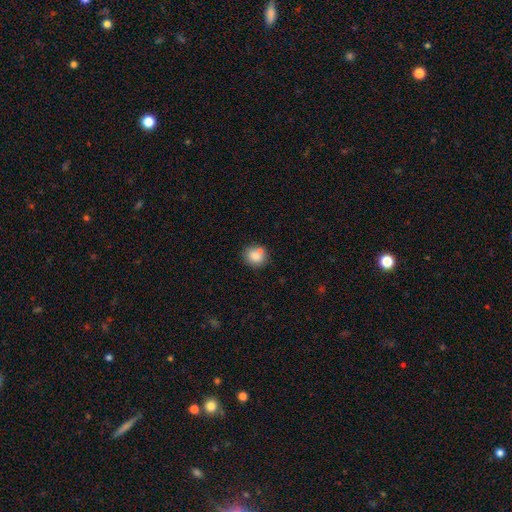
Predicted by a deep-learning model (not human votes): A smooth galaxy with no disk features (80%) that is round (76%).

Vote fractions:
- Smooth or featured? smooth: 80% / featured or disk: 10% / star or artifact: 9%
- How rounded? round: 76% / in between: 23% / cigar-shaped: 1%
- Merging? none: 65% / merger: 19% / minor disturbance: 13% / major disturbance: 3%